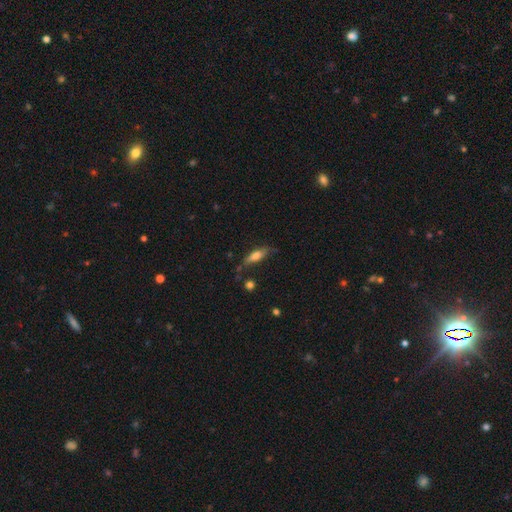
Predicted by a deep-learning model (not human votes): Smooth or featured?
  - smooth: 64% *
  - featured or disk: 29%
  - star or artifact: 8%
How rounded?
  - cigar-shaped: 52% *
  - in between: 46%
  - round: 3%
Merging?
  - none: 66% *
  - minor disturbance: 24%
  - major disturbance: 7%
  - merger: 4%